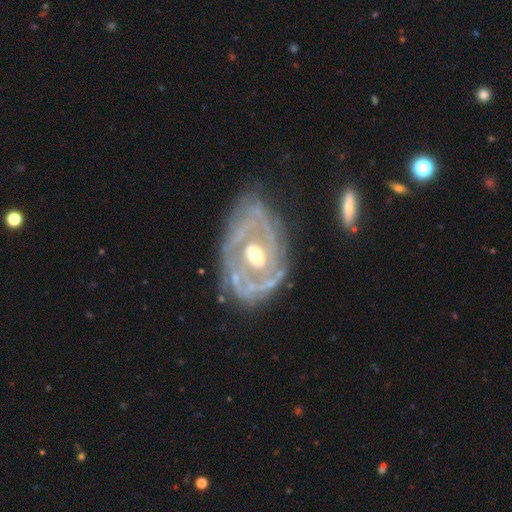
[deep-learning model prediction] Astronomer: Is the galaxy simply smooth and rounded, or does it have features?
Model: featured or disk — 87%.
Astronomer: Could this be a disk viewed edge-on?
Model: no — 96%.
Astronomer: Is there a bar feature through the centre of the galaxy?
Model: no — 56% (runner-up: weak, 31%).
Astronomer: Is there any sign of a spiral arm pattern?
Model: yes — 86%.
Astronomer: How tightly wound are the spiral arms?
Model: tight — 62%.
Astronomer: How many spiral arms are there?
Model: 2 — 37% (runner-up: can't tell, 29%).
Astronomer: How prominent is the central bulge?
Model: moderate — 73%.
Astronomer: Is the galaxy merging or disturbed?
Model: none — 66%.